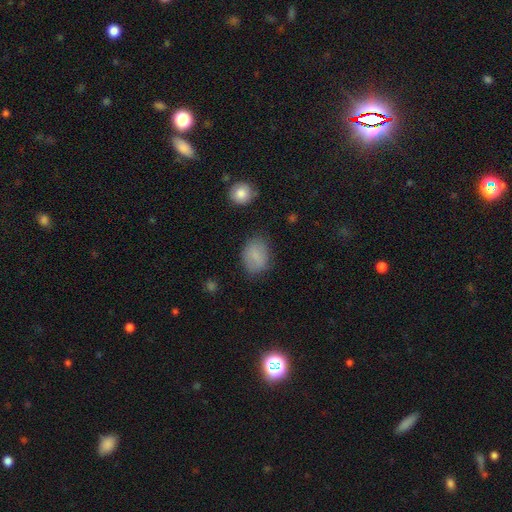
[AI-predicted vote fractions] Smooth or featured: smooth — 80% (featured or disk — 11%)
How rounded: in between — 67% (round — 32%)
Merging: none — 77% (minor disturbance — 17%)